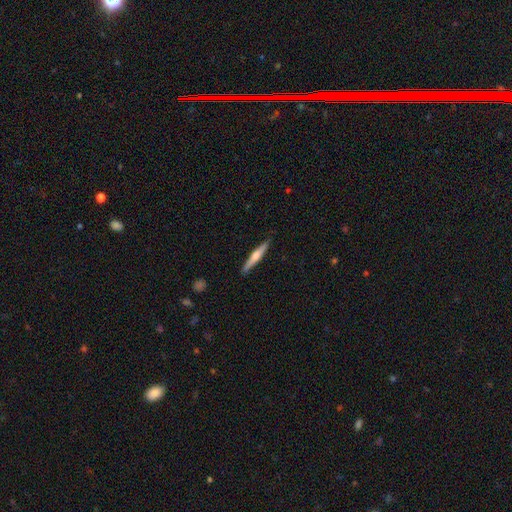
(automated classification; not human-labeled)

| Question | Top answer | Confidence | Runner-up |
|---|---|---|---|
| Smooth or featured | featured or disk | 55% | smooth (40%) |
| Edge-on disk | yes | 97% | no (3%) |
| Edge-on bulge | rounded | 81% | none (11%) |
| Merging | none | 89% | minor disturbance (8%) |